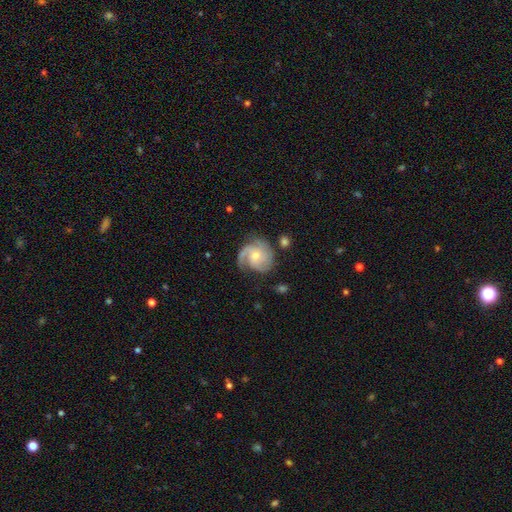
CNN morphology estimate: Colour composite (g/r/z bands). It shows a featured or disk galaxy (82%) with no bar (68%), 3 (47%) medium (44%) spiral arms (97%) and a small central bulge (50%). Merging: none (65%).